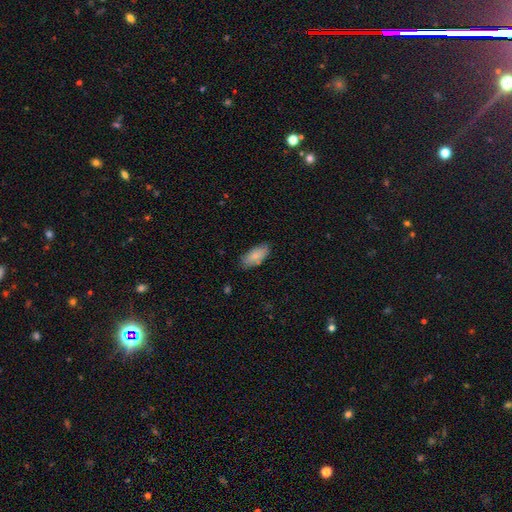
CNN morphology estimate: smooth-or-featured: smooth: 83% | featured or disk: 11% | star or artifact: 6%
  how-rounded: in between: 88% | cigar-shaped: 10% | round: 2%
  merging: none: 77% | minor disturbance: 17% | major disturbance: 3% | merger: 3%